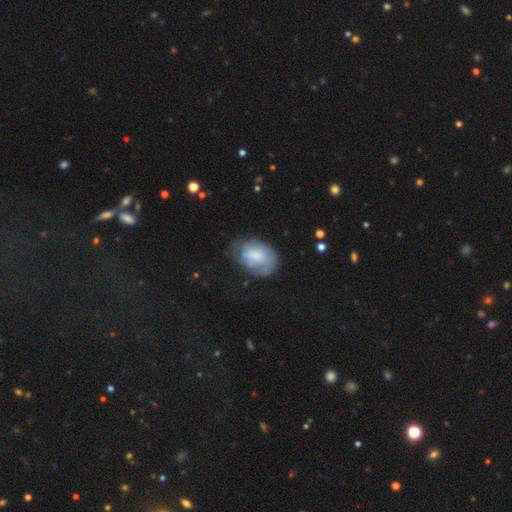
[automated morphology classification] This is possibly a smooth galaxy (59%). How rounded: likely in between (77%). Merging: possibly none (50%).